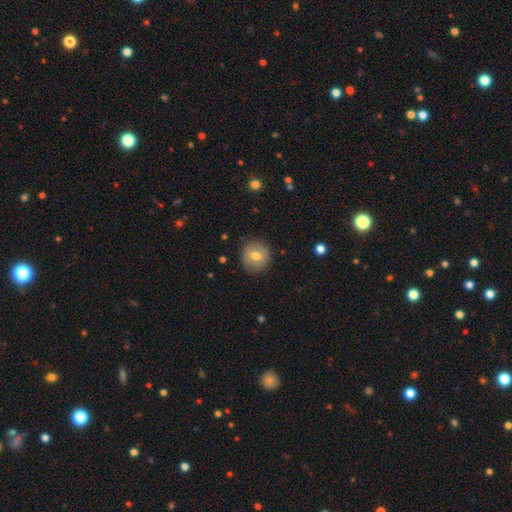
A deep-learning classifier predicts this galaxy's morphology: type=smooth (69%); roundness=round (90%); merging=none (86%).